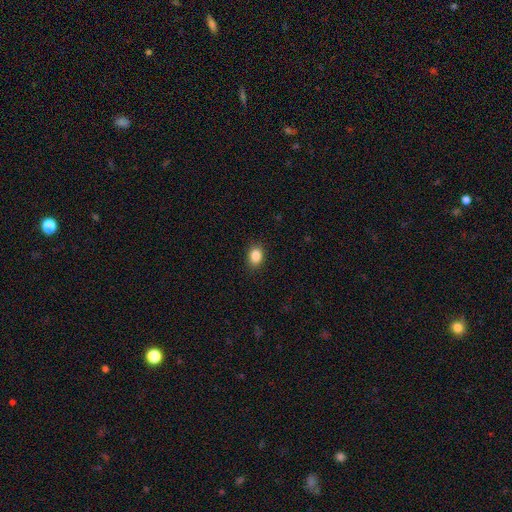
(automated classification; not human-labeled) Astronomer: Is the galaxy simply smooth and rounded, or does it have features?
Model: smooth — 87%.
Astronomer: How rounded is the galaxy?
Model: in between — 69%.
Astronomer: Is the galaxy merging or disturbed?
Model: none — 88%.